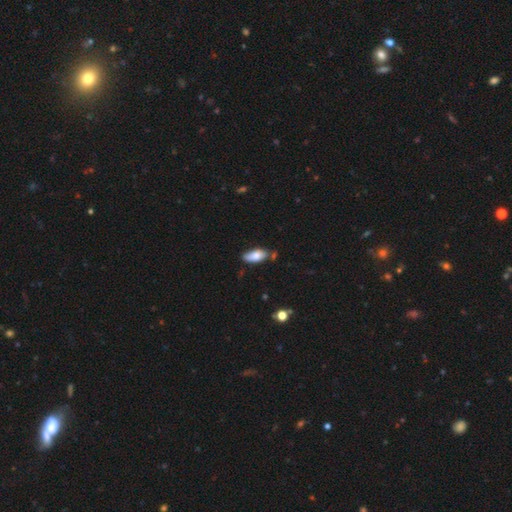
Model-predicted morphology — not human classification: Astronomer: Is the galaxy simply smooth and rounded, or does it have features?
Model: smooth — 79%.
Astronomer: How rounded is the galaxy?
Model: in between — 88%.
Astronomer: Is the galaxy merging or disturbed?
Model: none — 64%.